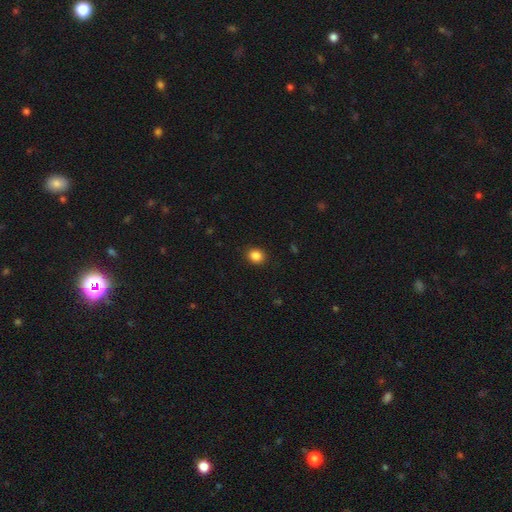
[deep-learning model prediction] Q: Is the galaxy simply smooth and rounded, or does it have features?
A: smooth — 86%.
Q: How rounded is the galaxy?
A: round — 73%.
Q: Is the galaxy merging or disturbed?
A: none — 91%.